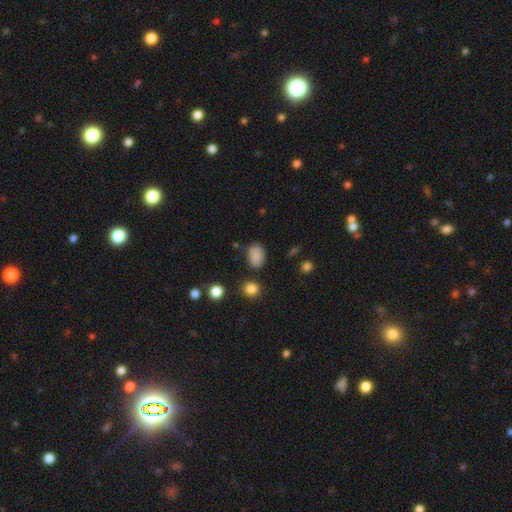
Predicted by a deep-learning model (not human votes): This is clearly a smooth galaxy (85%). How rounded: clearly in between (82%). Merging: likely none (77%).